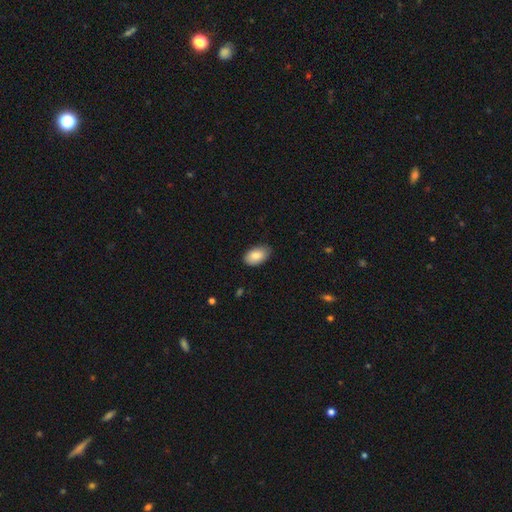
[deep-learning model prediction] smooth_or_featured: smooth (p=0.84) [alt: featured or disk p=0.09]
how_rounded: in between (p=0.93) [alt: round p=0.05]
merging: none (p=0.80) [alt: minor disturbance p=0.17]